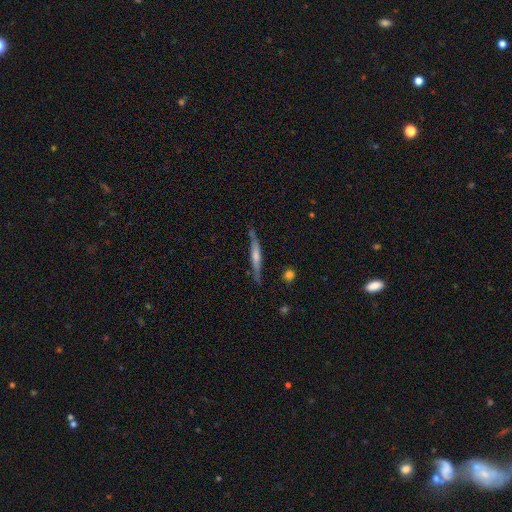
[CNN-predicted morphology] This is likely a featured or disk galaxy (62%). It is clearly viewed edge-on (94%). Edge-on bulge: possibly rounded (57%). Merging: likely none (80%).